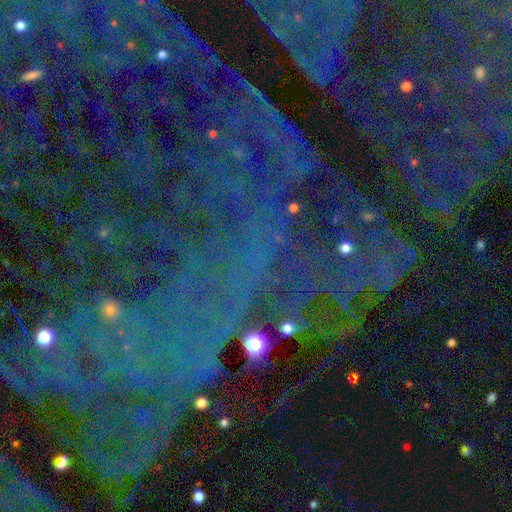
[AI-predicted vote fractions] A star or artifact, not a galaxy (86%).

Vote fractions:
- Smooth or featured? star or artifact: 86% / featured or disk: 7% / smooth: 6%